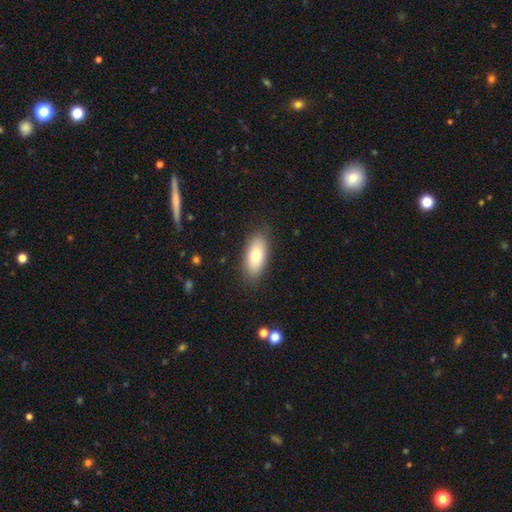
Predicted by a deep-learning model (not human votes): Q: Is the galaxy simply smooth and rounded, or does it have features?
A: smooth — 77%.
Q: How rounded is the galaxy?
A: in between — 87%.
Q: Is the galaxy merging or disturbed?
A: none — 86%.